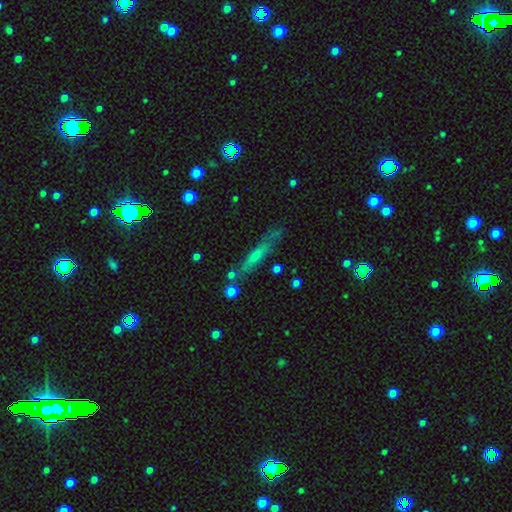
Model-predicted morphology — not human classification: Smooth or featured?
  - featured or disk: 53% *
  - smooth: 38%
  - star or artifact: 9%
Edge-on disk?
  - yes: 81% *
  - no: 19%
Merging?
  - none: 70% *
  - minor disturbance: 19%
  - merger: 6%
  - major disturbance: 5%